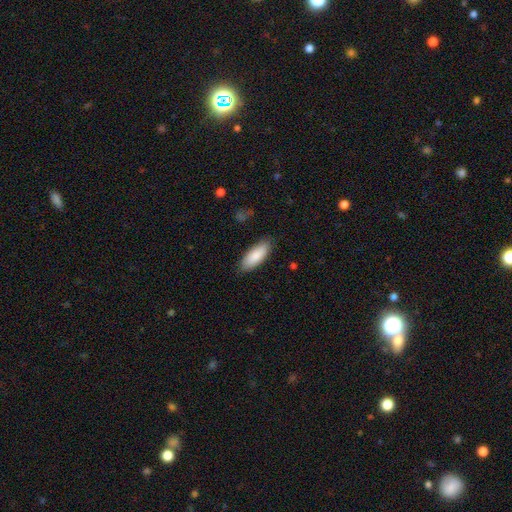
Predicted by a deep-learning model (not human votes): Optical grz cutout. It shows a smooth galaxy with no disk features (87%) that is in between round and cigar-shaped (74%). Merging: none (86%).